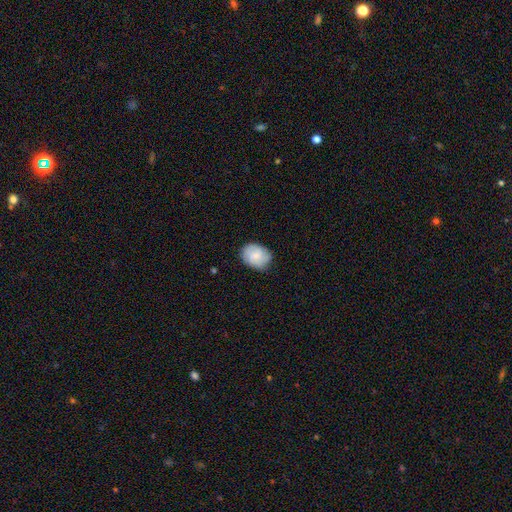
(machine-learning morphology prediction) smooth-or-featured: smooth: 63% | featured or disk: 30% | star or artifact: 7%
  how-rounded: in between: 58% | round: 41% | cigar-shaped: 1%
  merging: none: 79% | minor disturbance: 17% | major disturbance: 3% | merger: 1%